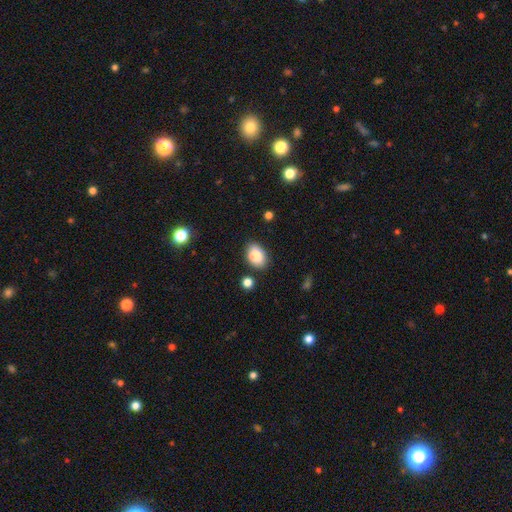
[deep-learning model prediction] This is clearly a smooth galaxy (85%). How rounded: clearly in between (84%). Merging: likely none (79%).